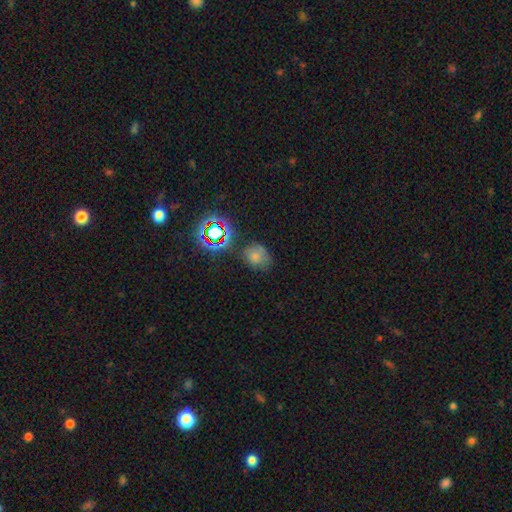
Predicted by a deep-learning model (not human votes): A smooth galaxy with no disk features (59%) that is round (53%).

Vote fractions:
- Smooth or featured? smooth: 59% / star or artifact: 26% / featured or disk: 15%
- How rounded? round: 53% / in between: 45% / cigar-shaped: 1%
- Merging? none: 57% / minor disturbance: 26% / major disturbance: 11% / merger: 6%